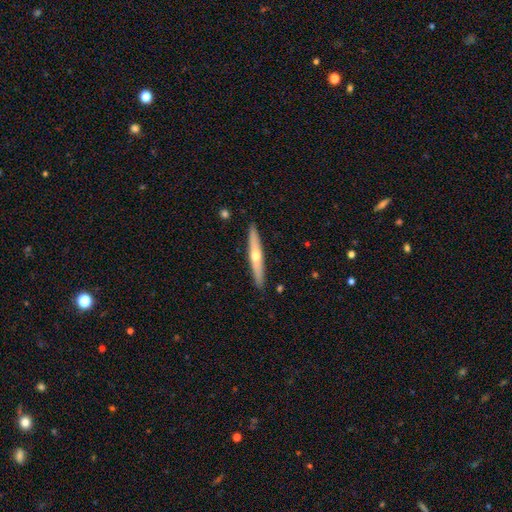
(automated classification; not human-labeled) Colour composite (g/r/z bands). It shows a featured or disk galaxy (58%) viewed edge-on (94%) with a rounded central bulge (87%). Merging: none (91%).